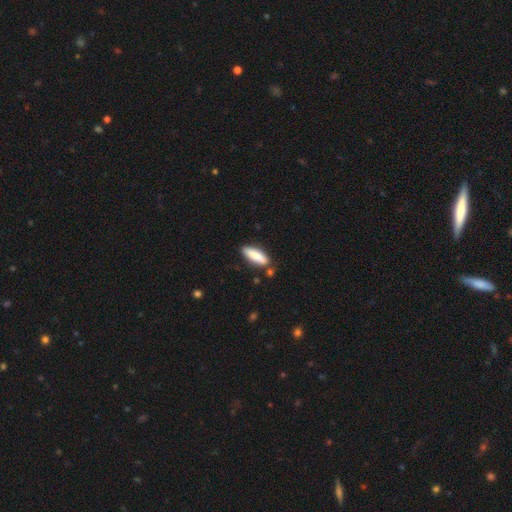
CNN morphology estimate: This is clearly a smooth galaxy (84%). How rounded: possibly cigar-shaped (54%). Merging: likely none (80%).